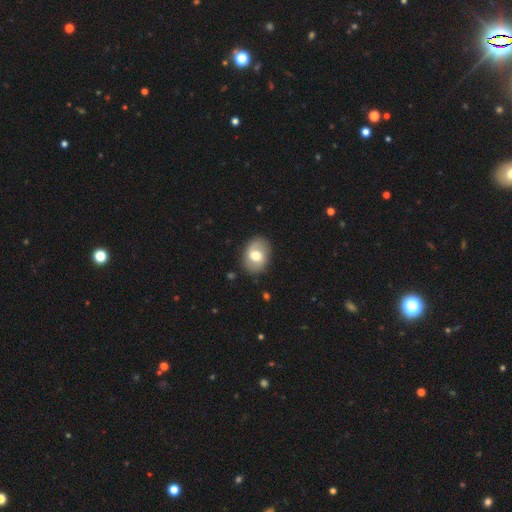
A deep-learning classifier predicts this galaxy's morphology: Smooth or featured? Predicted: smooth (p=0.59). How rounded? Predicted: in between (p=0.70). Merging? Predicted: none (p=0.84).